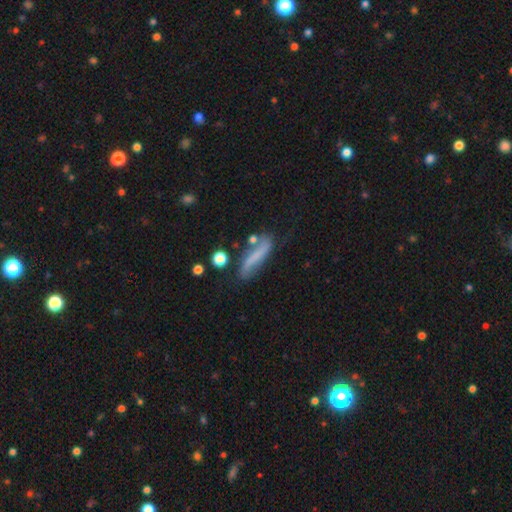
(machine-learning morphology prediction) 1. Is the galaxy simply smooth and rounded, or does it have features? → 47% featured or disk, 43% smooth, 10% star or artifact.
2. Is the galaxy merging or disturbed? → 59% none, 24% minor disturbance, 9% major disturbance, 8% merger.